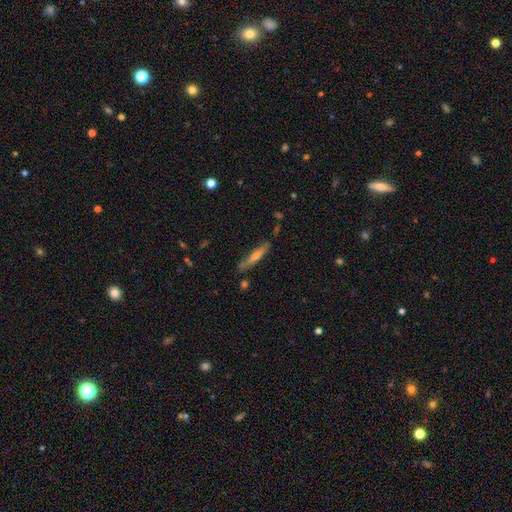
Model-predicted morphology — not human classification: smooth_or_featured: featured or disk (p=0.54) [alt: smooth p=0.39]
disk_edge_on: yes (p=0.90) [alt: no p=0.10]
merging: none (p=0.77) [alt: minor disturbance p=0.16]